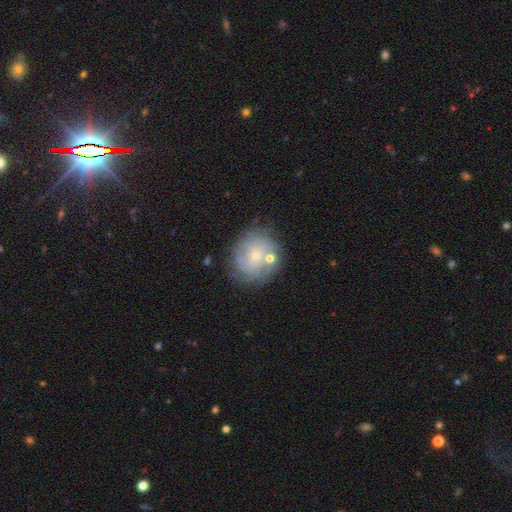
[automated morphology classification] Smooth or featured?
  - featured or disk: 67% *
  - smooth: 22%
  - star or artifact: 11%
Edge-on disk?
  - no: 97% *
  - yes: 3%
Bar?
  - no: 82% *
  - weak: 15%
  - strong: 3%
Spiral arms?
  - yes: 85% *
  - no: 15%
Spiral winding?
  - tight: 71% *
  - medium: 21%
  - loose: 7%
Spiral arm count?
  - can't tell: 48% *
  - 4: 14%
  - 3: 12%
  - 2: 11%
  - more than 4: 9%
  - 1: 5%
Bulge size?
  - small: 80% *
  - moderate: 16%
  - none: 2%
  - large: 1%
  - dominant: 1%
Merging?
  - none: 73% *
  - minor disturbance: 15%
  - merger: 7%
  - major disturbance: 5%